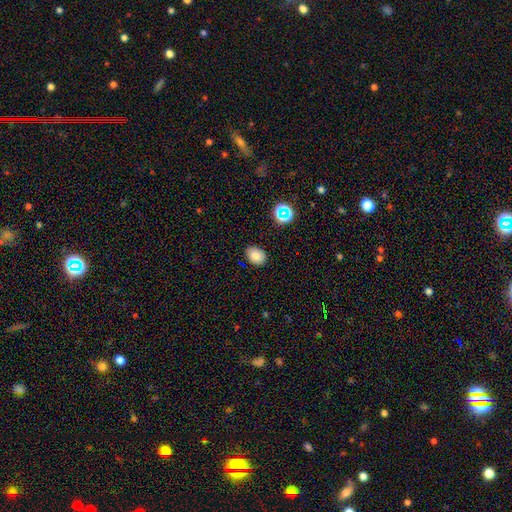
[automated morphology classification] This appears to be a smooth galaxy with no disk features (79%) that is in between round and cigar-shaped (67%). Merging: none (86%).